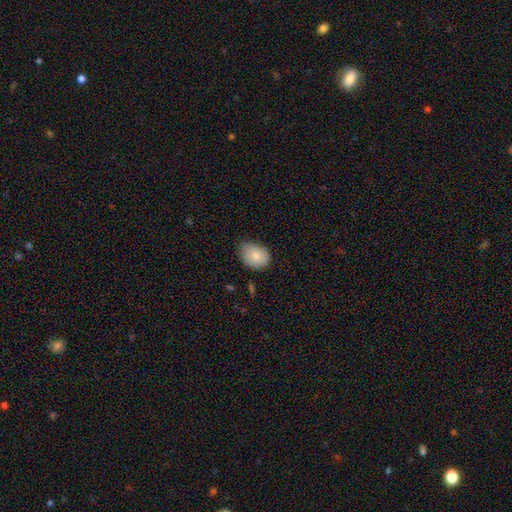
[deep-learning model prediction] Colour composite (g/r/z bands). It shows a smooth galaxy with no disk features (82%) that is in between round and cigar-shaped (67%). Merging: none (66%).